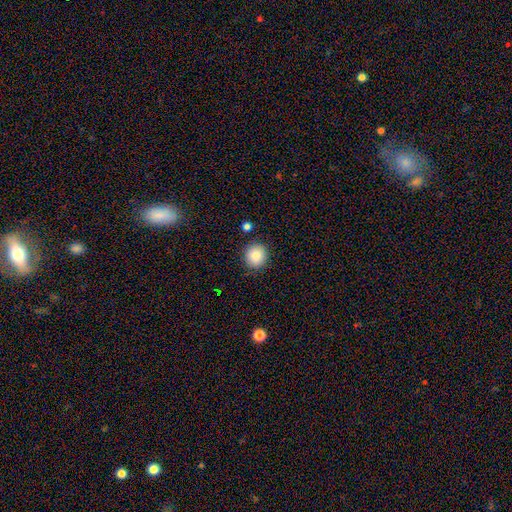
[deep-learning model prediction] smooth-or-featured: smooth: 86% | star or artifact: 9% | featured or disk: 5%
  how-rounded: round: 88% | in between: 11% | cigar-shaped: 1%
  merging: none: 88% | minor disturbance: 7% | merger: 2% | major disturbance: 2%